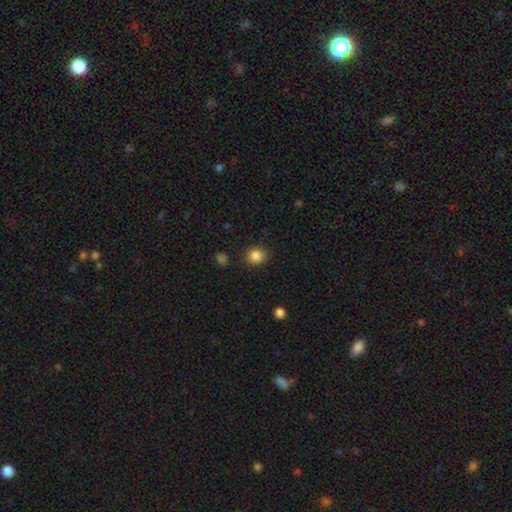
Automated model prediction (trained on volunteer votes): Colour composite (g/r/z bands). It shows a smooth galaxy with no disk features (86%) that is round (81%). Merging: none (87%).